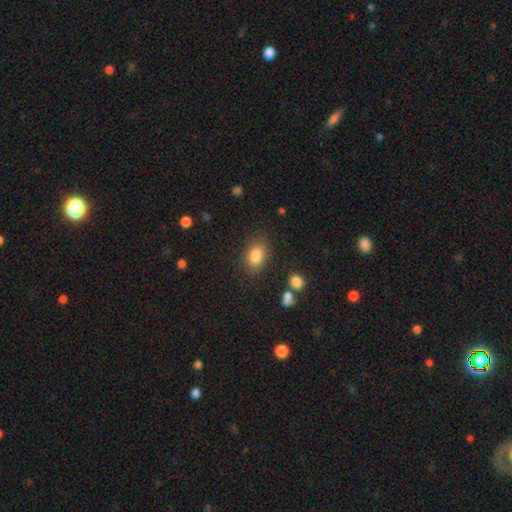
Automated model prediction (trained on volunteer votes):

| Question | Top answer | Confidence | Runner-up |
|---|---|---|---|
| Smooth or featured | smooth | 84% | star or artifact (9%) |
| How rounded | in between | 84% | round (15%) |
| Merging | none | 81% | minor disturbance (13%) |